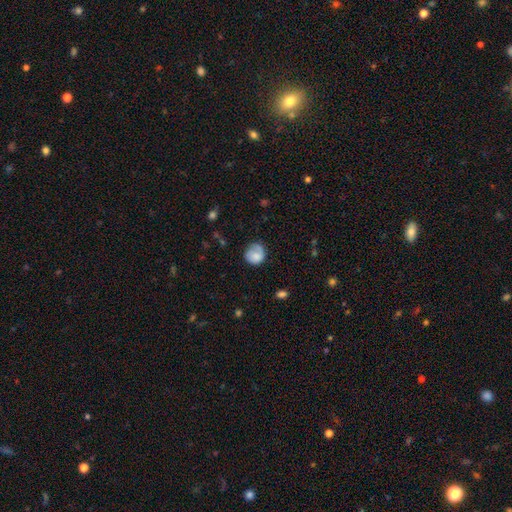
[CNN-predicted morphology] A smooth galaxy with no disk features (68%) that is round (82%).

Vote fractions:
- Smooth or featured? smooth: 68% / featured or disk: 24% / star or artifact: 7%
- How rounded? round: 82% / in between: 17% / cigar-shaped: 1%
- Merging? none: 60% / minor disturbance: 25% / major disturbance: 12% / merger: 2%